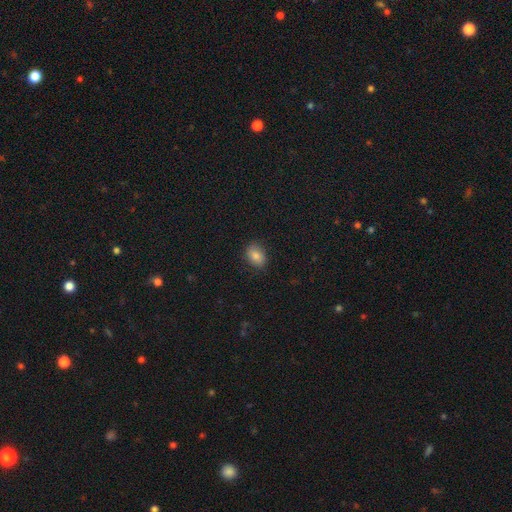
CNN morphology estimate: Q: Smooth or featured?
A: smooth (81%); runner-up: star or artifact (10%)
Q: How rounded?
A: in between (74%); runner-up: round (25%)
Q: Merging?
A: none (84%); runner-up: minor disturbance (13%)